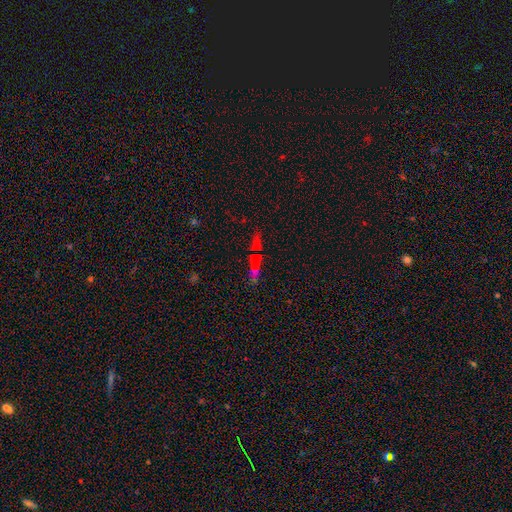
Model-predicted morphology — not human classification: Smooth or featured: star or artifact — 46% (smooth — 30%)